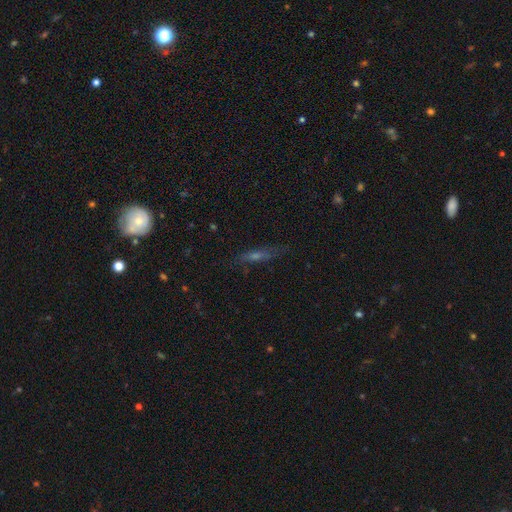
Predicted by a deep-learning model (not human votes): Overall: featured or disk (47%; smooth 34%). Merging: none (77%).